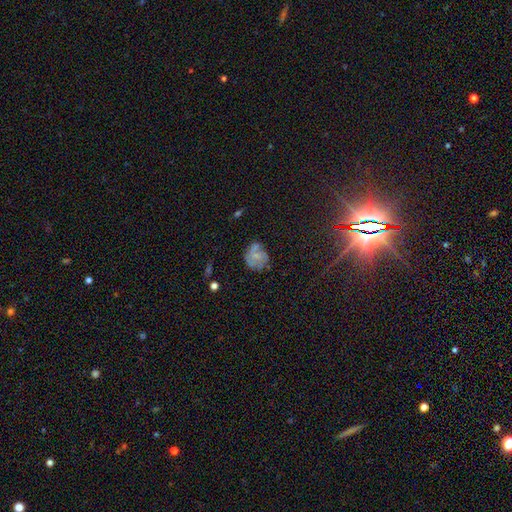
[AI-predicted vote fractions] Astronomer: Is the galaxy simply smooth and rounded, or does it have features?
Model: featured or disk — 47% (runner-up: smooth, 40%).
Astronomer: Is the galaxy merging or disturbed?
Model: none — 59%.